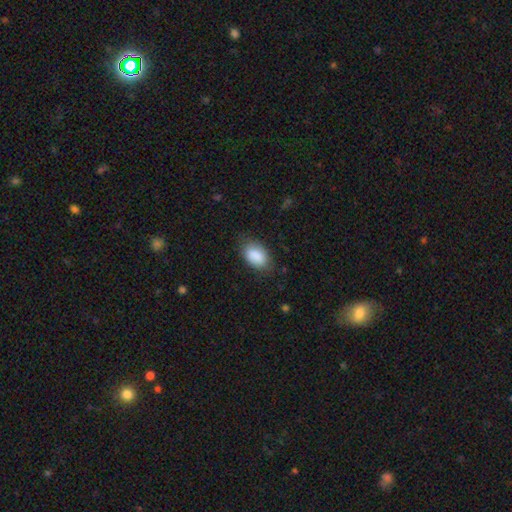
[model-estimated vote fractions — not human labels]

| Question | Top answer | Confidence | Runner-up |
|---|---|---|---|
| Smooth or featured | smooth | 88% | star or artifact (7%) |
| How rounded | in between | 90% | round (8%) |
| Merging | none | 75% | minor disturbance (19%) |